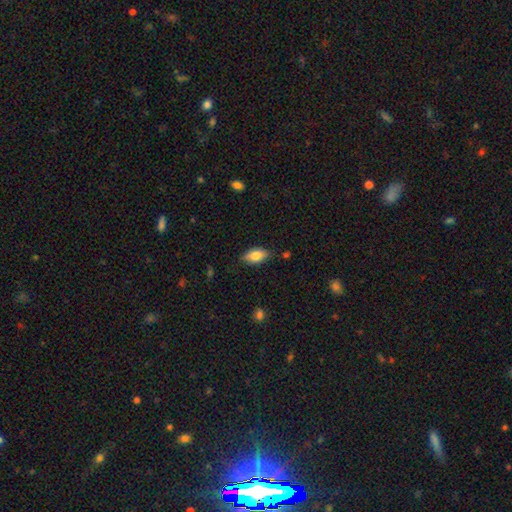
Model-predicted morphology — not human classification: Smooth or featured? Predicted: smooth (p=0.80). How rounded? Predicted: in between (p=0.90). Merging? Predicted: none (p=0.81).